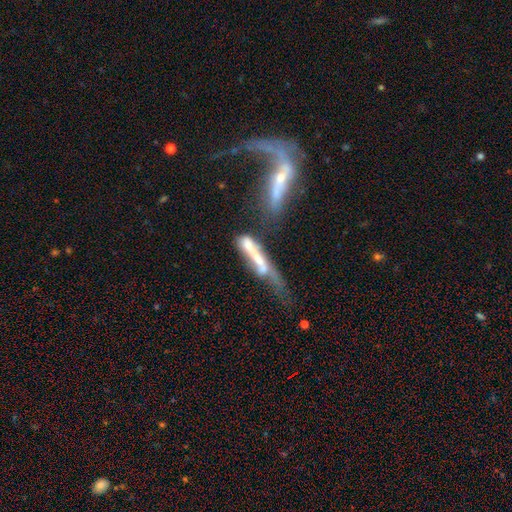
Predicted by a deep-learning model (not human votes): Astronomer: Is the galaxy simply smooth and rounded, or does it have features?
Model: featured or disk — 57% (runner-up: smooth, 32%).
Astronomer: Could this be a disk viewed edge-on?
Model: yes — 54% (runner-up: no, 46%).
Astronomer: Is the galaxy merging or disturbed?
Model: merger — 53%.